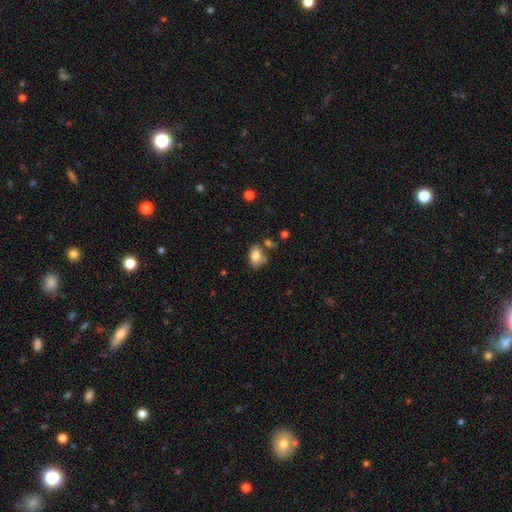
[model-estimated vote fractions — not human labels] smooth-or-featured: smooth: 81% | featured or disk: 11% | star or artifact: 9%
  how-rounded: in between: 78% | round: 21% | cigar-shaped: 1%
  merging: none: 59% | minor disturbance: 23% | merger: 12% | major disturbance: 6%